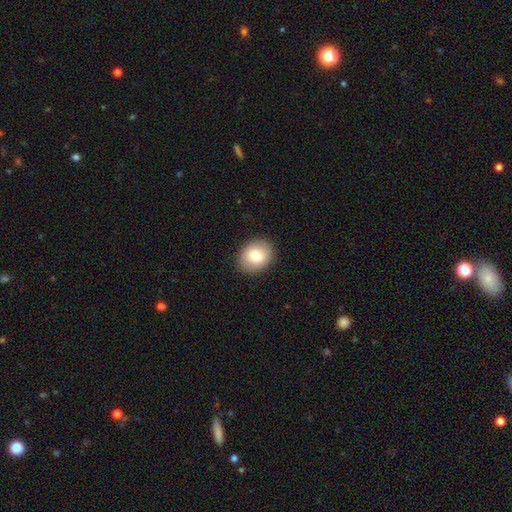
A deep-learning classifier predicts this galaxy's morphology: Smooth or featured: smooth — 79% (featured or disk — 13%)
How rounded: round — 53% (in between — 46%)
Merging: none — 89% (minor disturbance — 8%)